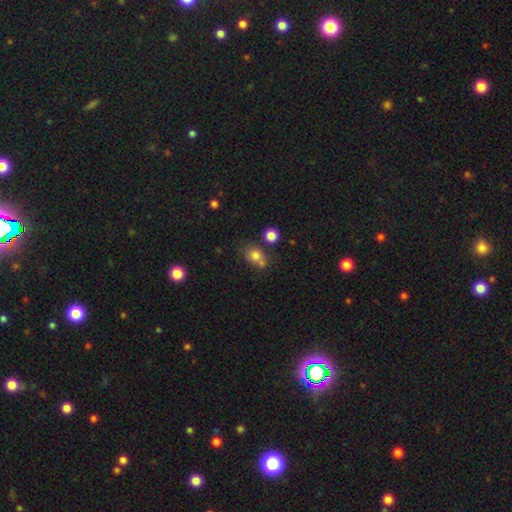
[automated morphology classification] This appears to be a smooth galaxy with no disk features (77%) that is round (57%). Merging: none (53%).